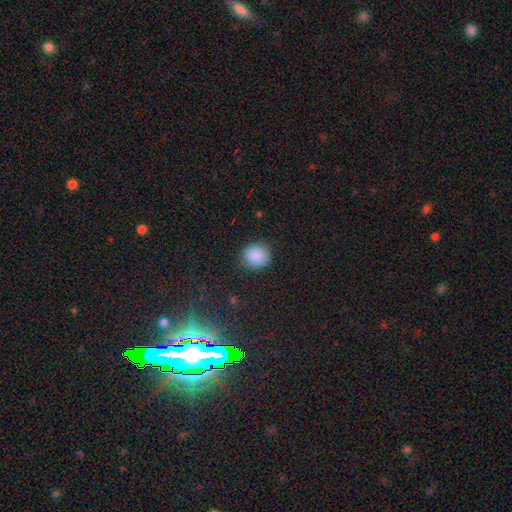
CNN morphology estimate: The model was most divided on "how rounded": round: 87%, in between: 12%, cigar-shaped: 1%. More confident: smooth or featured — smooth (88%); merging — none (87%).